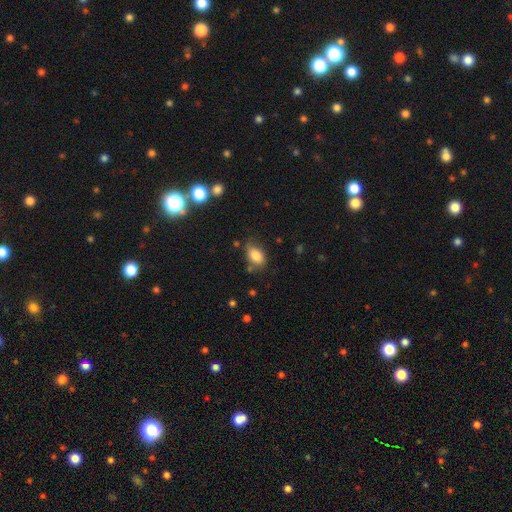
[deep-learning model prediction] smooth_or_featured: smooth (p=0.84) [alt: star or artifact p=0.09]
how_rounded: in between (p=0.87) [alt: round p=0.12]
merging: none (p=0.67) [alt: minor disturbance p=0.23]